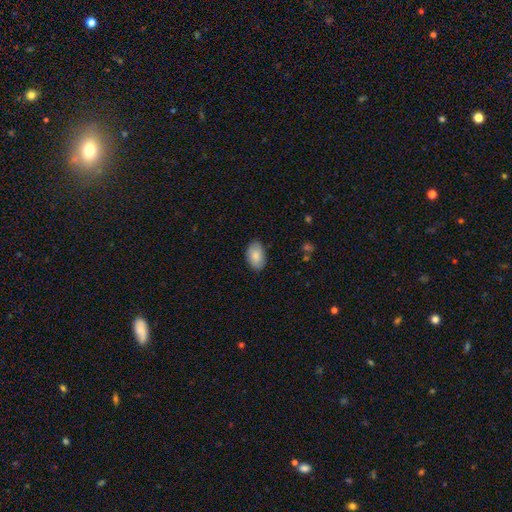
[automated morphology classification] Q: Smooth or featured?
A: smooth (85%); runner-up: featured or disk (9%)
Q: How rounded?
A: in between (92%); runner-up: round (7%)
Q: Merging?
A: none (83%); runner-up: minor disturbance (14%)